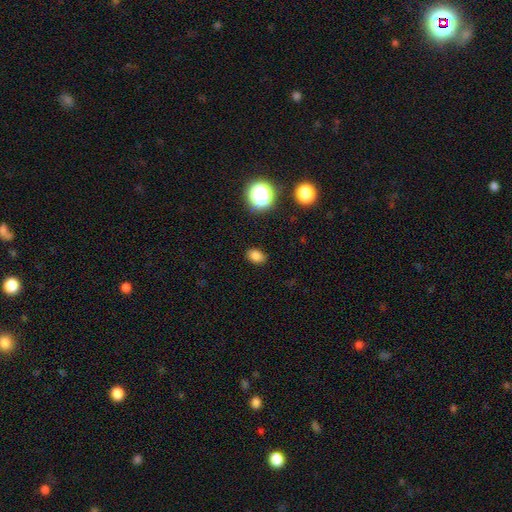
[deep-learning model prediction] This is clearly a smooth galaxy (80%). How rounded: likely in between (76%). Merging: clearly none (86%).